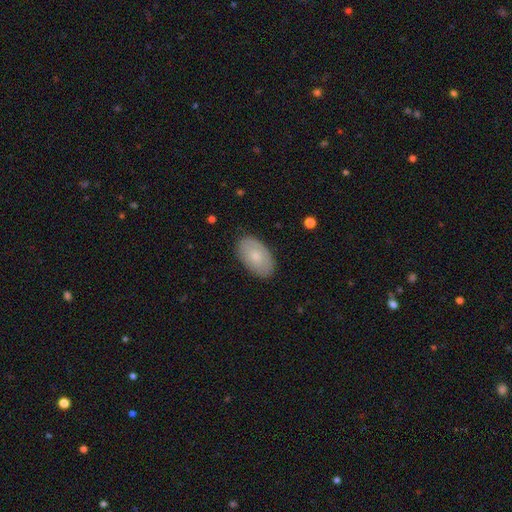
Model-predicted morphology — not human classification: smooth 70%, featured or disk 25%, star or artifact 6%. Down the decision tree: how rounded — in between (93%); merging — none (85%).